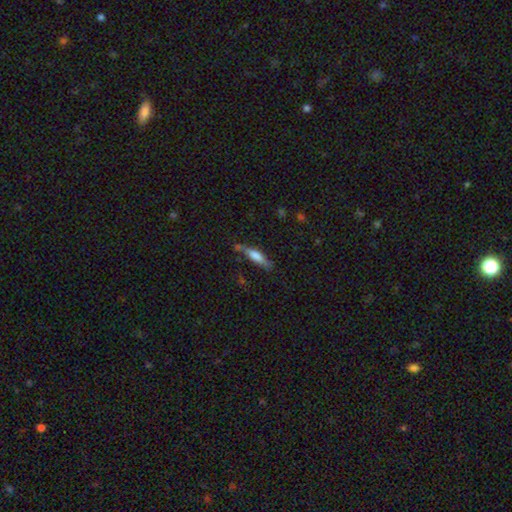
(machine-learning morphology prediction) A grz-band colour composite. It shows a smooth galaxy with no disk features (63%) that is cigar-shaped (71%). Merging: none (62%).